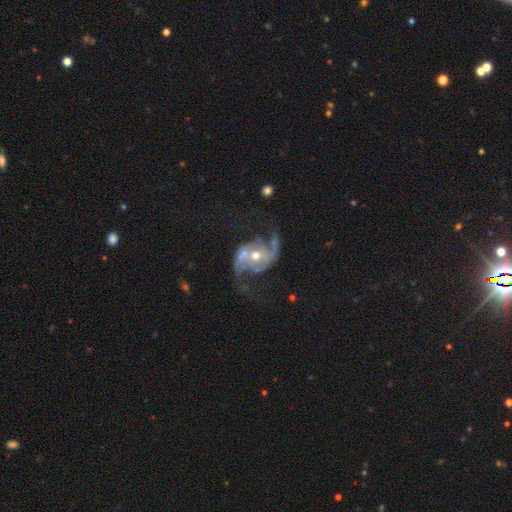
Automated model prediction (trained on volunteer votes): featured or disk 90%, star or artifact 5%, smooth 5%. Down the decision tree: edge-on disk — no (98%); bar — no (53%); spiral arms — yes (97%); spiral arm count — 2 (93%); spiral winding — loose (57%); bulge size — moderate (64%); merging — none (59%).